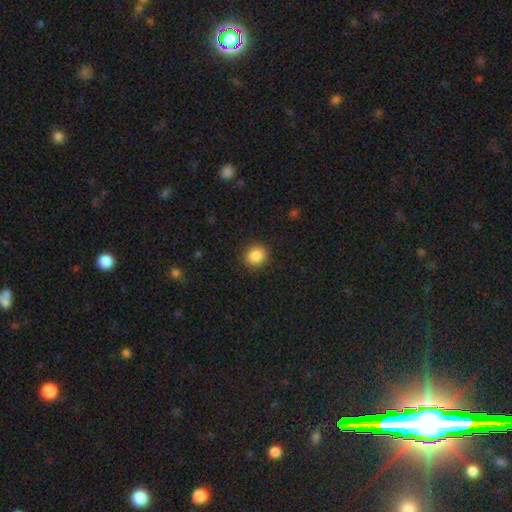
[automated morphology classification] The model was most divided on "how rounded": round: 82%, in between: 17%, cigar-shaped: 1%. More confident: merging — none (90%); smooth or featured — smooth (86%).